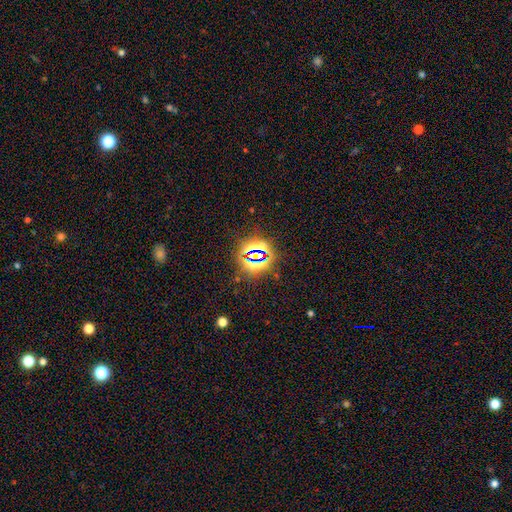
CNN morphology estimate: This is likely a star or artifact rather than a galaxy (78%).